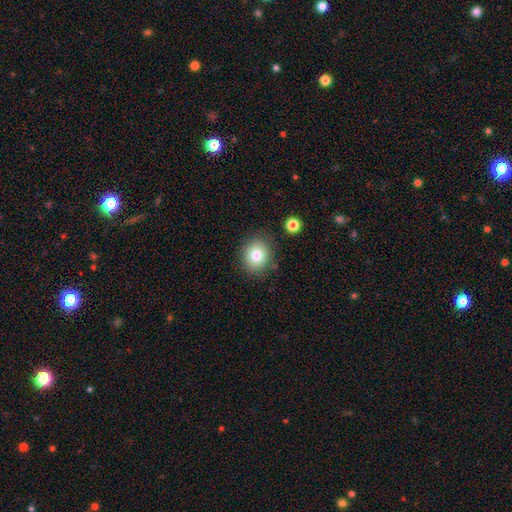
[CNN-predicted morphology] Q: Smooth or featured?
A: smooth (80%); runner-up: star or artifact (11%)
Q: How rounded?
A: round (72%); runner-up: in between (27%)
Q: Merging?
A: none (83%); runner-up: minor disturbance (11%)